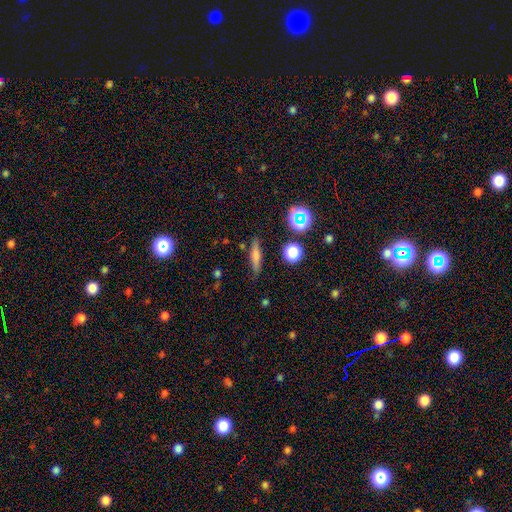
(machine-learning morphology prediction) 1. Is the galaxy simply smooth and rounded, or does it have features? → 62% smooth, 26% featured or disk, 12% star or artifact.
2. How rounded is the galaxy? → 76% cigar-shaped, 18% in between, 6% round.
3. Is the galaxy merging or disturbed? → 83% none, 11% minor disturbance, 3% major disturbance, 3% merger.